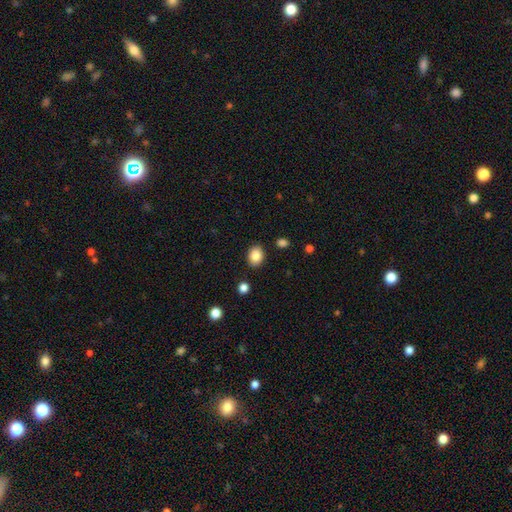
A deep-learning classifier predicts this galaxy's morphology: Q: Smooth or featured?
A: smooth (86%); runner-up: star or artifact (8%)
Q: How rounded?
A: in between (62%); runner-up: round (37%)
Q: Merging?
A: none (87%); runner-up: minor disturbance (9%)